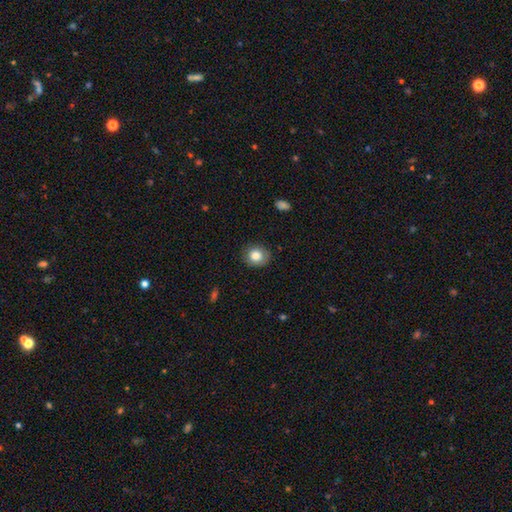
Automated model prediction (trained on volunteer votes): Smooth or featured?
  - smooth: 82% *
  - featured or disk: 10%
  - star or artifact: 8%
How rounded?
  - round: 72% *
  - in between: 27%
  - cigar-shaped: 1%
Merging?
  - none: 83% *
  - minor disturbance: 13%
  - major disturbance: 3%
  - merger: 1%